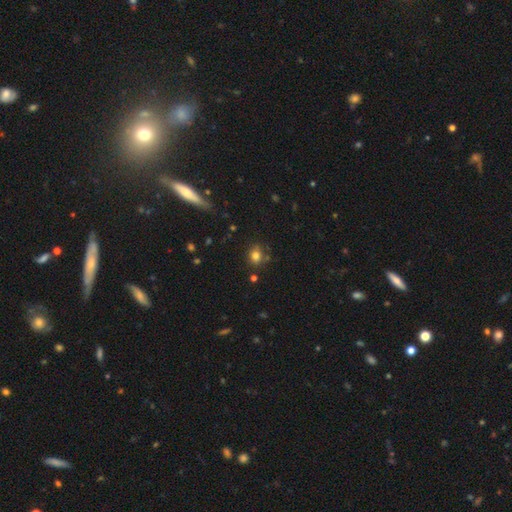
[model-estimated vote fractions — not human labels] Smooth or featured? Predicted: smooth (p=0.78). How rounded? Predicted: round (p=0.59). Merging? Predicted: none (p=0.70).